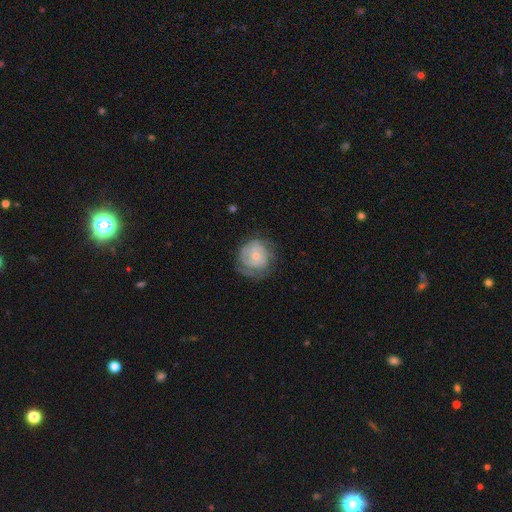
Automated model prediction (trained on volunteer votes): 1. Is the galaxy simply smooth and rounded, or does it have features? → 68% featured or disk, 25% smooth, 7% star or artifact.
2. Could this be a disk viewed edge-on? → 98% no, 2% yes.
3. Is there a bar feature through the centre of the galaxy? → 77% no, 20% weak, 3% strong.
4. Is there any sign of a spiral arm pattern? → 84% yes, 16% no.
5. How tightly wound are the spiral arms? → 68% tight, 23% medium, 8% loose.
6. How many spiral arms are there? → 43% can't tell, 29% 2, 13% 3, 7% 1, 5% 4, 4% more than 4.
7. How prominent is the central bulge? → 61% small, 34% moderate, 2% none, 2% large, 1% dominant.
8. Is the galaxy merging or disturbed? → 63% none, 23% minor disturbance, 13% major disturbance, 1% merger.